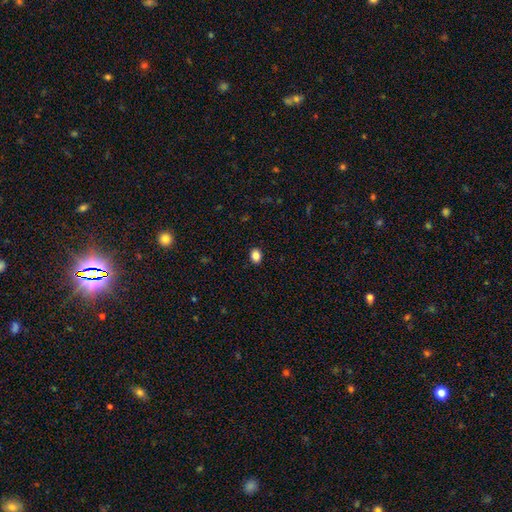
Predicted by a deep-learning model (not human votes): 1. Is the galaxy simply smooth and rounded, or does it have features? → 87% smooth, 10% star or artifact, 3% featured or disk.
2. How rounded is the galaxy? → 61% in between, 38% round, 1% cigar-shaped.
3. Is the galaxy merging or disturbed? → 91% none, 7% minor disturbance, 2% major disturbance, 1% merger.